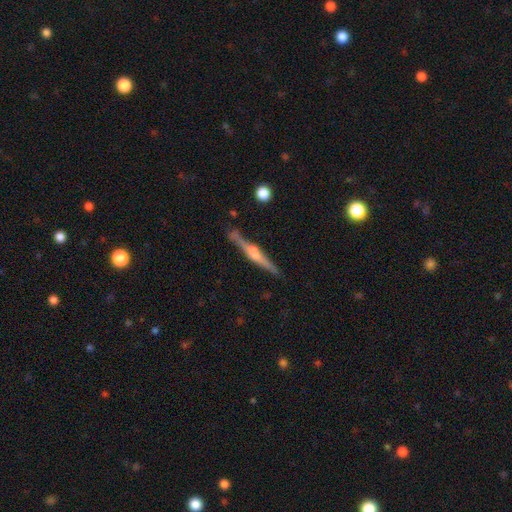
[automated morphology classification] The model was most divided on "smooth or featured": featured or disk: 78%, smooth: 16%, star or artifact: 6%. More confident: edge-on disk — yes (98%); merging — none (87%); edge-on bulge — rounded (83%).